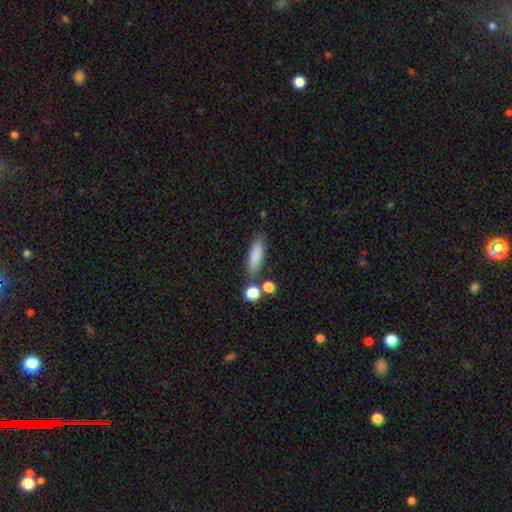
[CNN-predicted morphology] This appears to be a smooth galaxy with no disk features (83%) that is cigar-shaped (54%). Merging: none (74%).